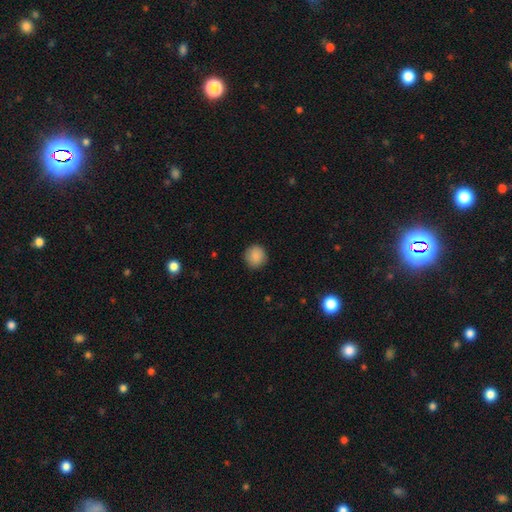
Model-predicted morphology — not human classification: type=smooth (88%); roundness=round (91%); merging=none (87%).